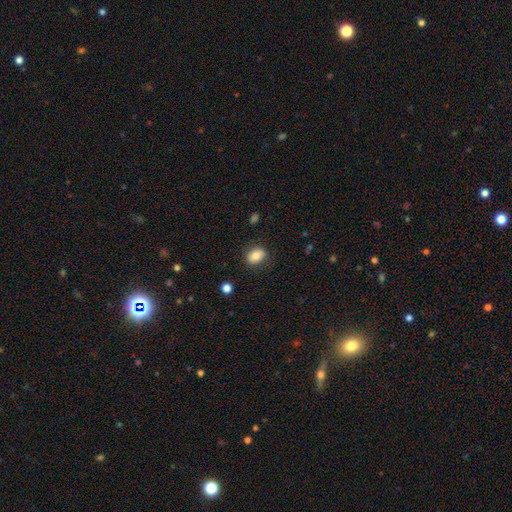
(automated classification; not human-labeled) The model was most divided on "how rounded": in between: 64%, round: 35%, cigar-shaped: 1%. More confident: merging — none (81%); smooth or featured — smooth (80%).